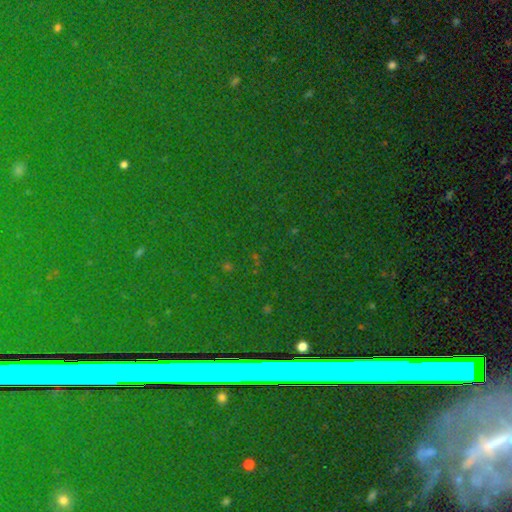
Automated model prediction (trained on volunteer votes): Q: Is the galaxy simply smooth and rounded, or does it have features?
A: star or artifact — 83%.